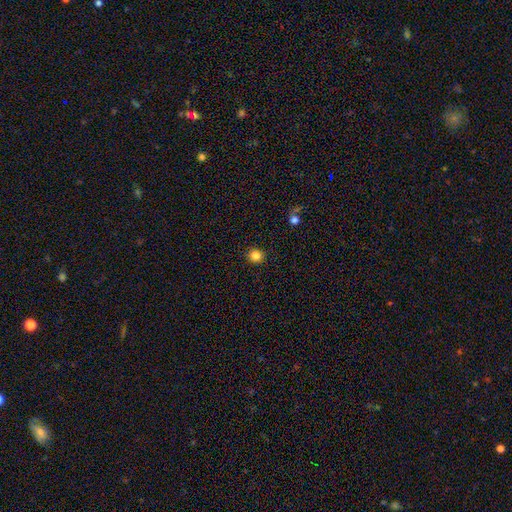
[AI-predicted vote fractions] A smooth galaxy with no disk features (84%) that is round (90%).

Vote fractions:
- Smooth or featured? smooth: 84% / star or artifact: 12% / featured or disk: 4%
- How rounded? round: 90% / in between: 9% / cigar-shaped: 1%
- Merging? none: 91% / minor disturbance: 6% / major disturbance: 2% / merger: 1%